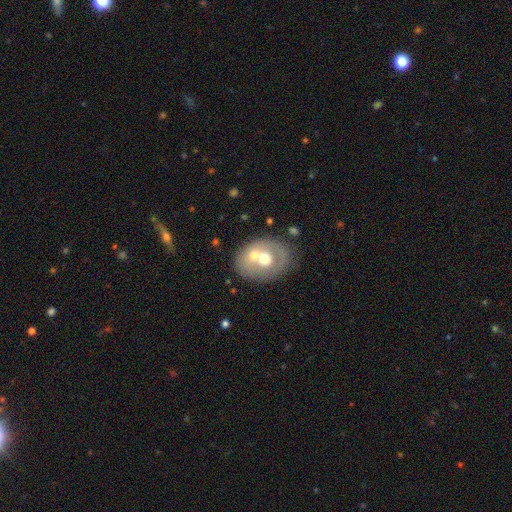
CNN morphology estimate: This appears to be a featured or disk galaxy (49%). Merging: none (46%).